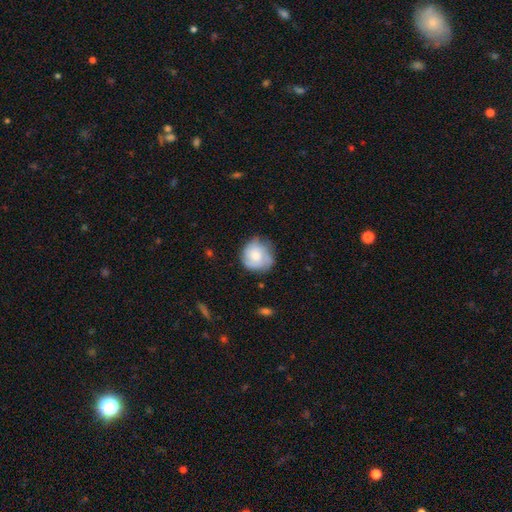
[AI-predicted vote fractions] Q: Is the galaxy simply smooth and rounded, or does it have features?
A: smooth — 54%.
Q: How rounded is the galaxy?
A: round — 86%.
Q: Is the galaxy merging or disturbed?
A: none — 69%.